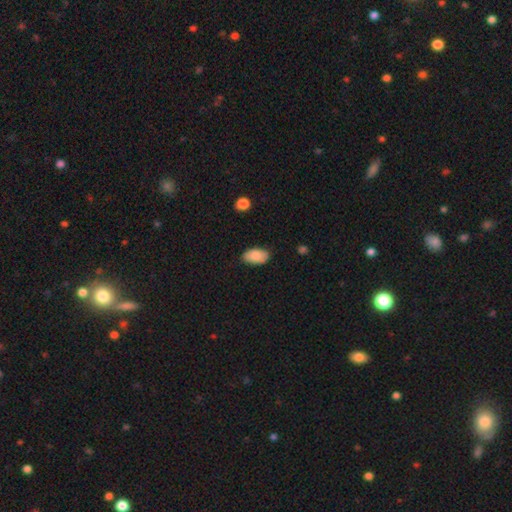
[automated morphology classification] Smooth or featured? smooth (86%)
How rounded? in between (94%)
Merging? none (83%)